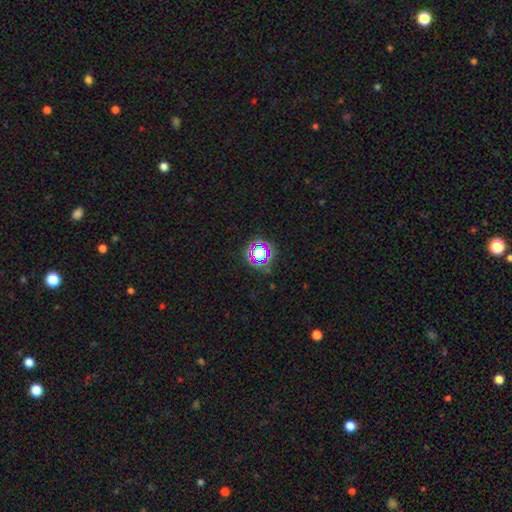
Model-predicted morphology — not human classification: This appears to be a star or artifact, not a galaxy (61%).